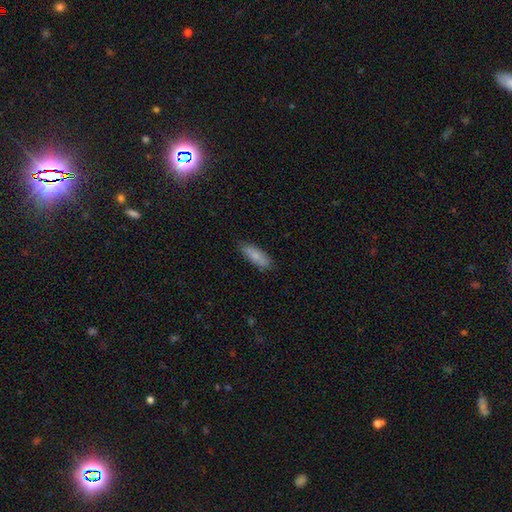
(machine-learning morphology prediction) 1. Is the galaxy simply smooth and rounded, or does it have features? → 80% smooth, 14% featured or disk, 6% star or artifact.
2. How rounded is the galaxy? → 61% in between, 37% cigar-shaped, 2% round.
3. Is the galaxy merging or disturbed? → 81% none, 15% minor disturbance, 3% major disturbance, 1% merger.